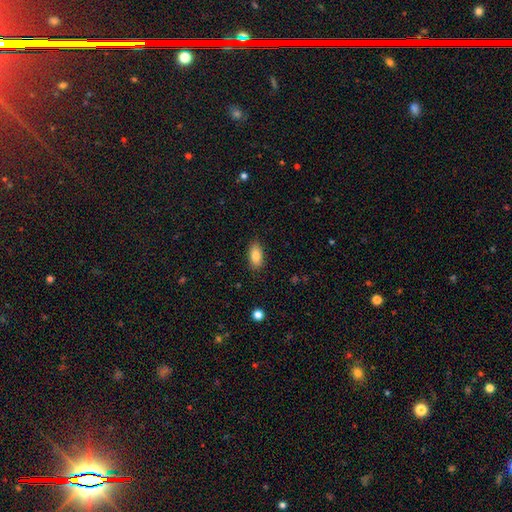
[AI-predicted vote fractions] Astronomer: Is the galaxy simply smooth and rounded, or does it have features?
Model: smooth — 84%.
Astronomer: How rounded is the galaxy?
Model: in between — 89%.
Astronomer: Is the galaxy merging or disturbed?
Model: none — 87%.